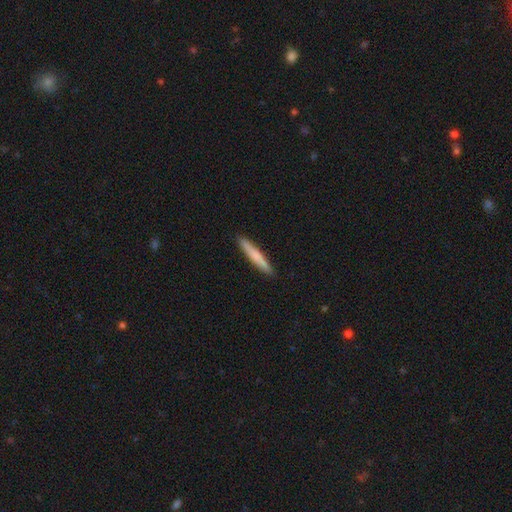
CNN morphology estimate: Smooth or featured?
  - smooth: 69% *
  - featured or disk: 26%
  - star or artifact: 5%
How rounded?
  - cigar-shaped: 95% *
  - in between: 4%
  - round: 1%
Merging?
  - none: 92% *
  - minor disturbance: 6%
  - major disturbance: 1%
  - merger: 1%